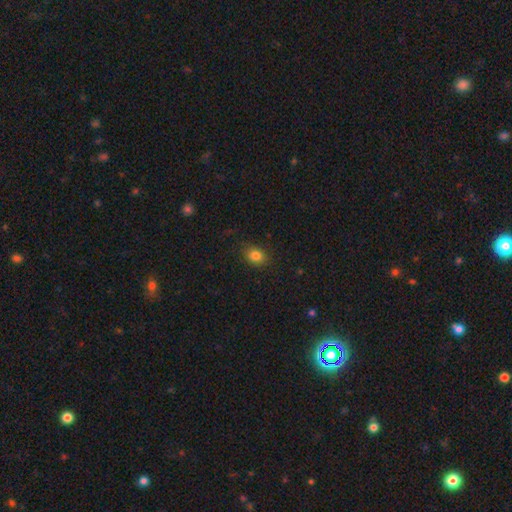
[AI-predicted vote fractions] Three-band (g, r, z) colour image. It shows a smooth galaxy with no disk features (82%) that is in between round and cigar-shaped (55%). Merging: none (85%).